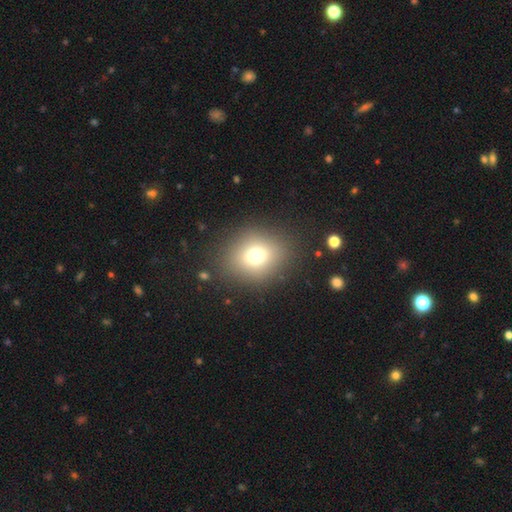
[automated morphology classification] Overall: smooth (72%). How rounded: round (72%). Merging: none (85%).